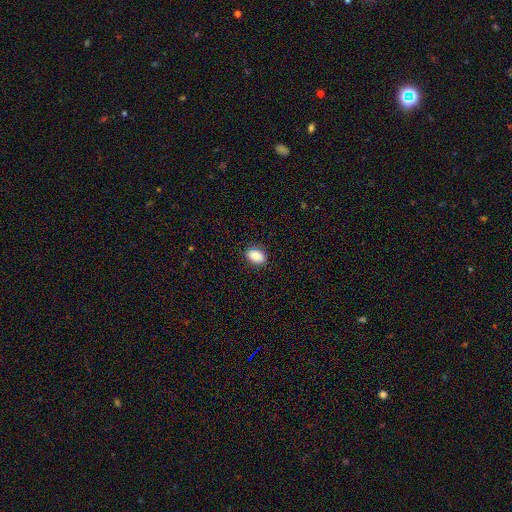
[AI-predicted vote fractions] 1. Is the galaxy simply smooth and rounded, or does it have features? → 87% smooth, 8% star or artifact, 5% featured or disk.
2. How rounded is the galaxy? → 82% in between, 16% round, 1% cigar-shaped.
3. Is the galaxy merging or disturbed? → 87% none, 10% minor disturbance, 2% major disturbance, 1% merger.